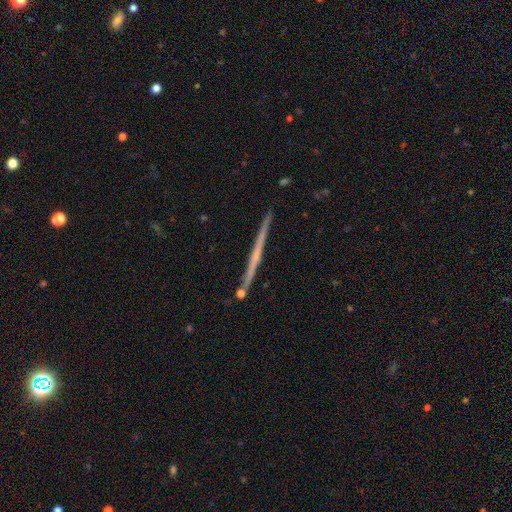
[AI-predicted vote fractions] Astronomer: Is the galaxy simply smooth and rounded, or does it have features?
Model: featured or disk — 71%.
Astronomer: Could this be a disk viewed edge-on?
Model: yes — 98%.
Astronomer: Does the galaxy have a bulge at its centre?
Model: none — 73%.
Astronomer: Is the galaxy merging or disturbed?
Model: none — 91%.